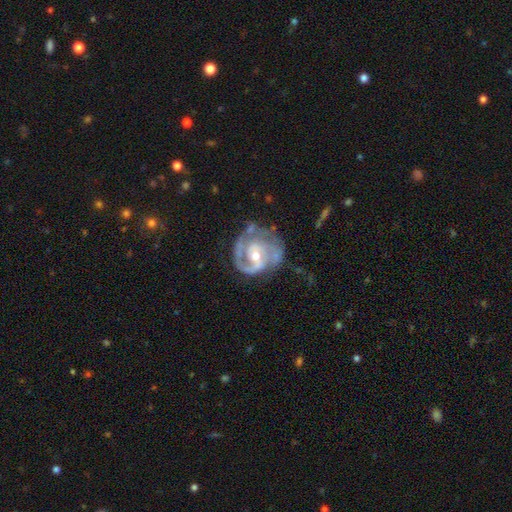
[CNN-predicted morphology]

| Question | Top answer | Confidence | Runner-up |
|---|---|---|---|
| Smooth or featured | featured or disk | 87% | smooth (9%) |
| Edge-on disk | no | 98% | yes (2%) |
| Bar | no | 46% | weak (41%) |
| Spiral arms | yes | 94% | no (6%) |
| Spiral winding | tight | 45% | medium (42%) |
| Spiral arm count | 2 | 55% | 1 (18%) |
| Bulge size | moderate | 56% | small (40%) |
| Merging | none | 57% | minor disturbance (23%) |